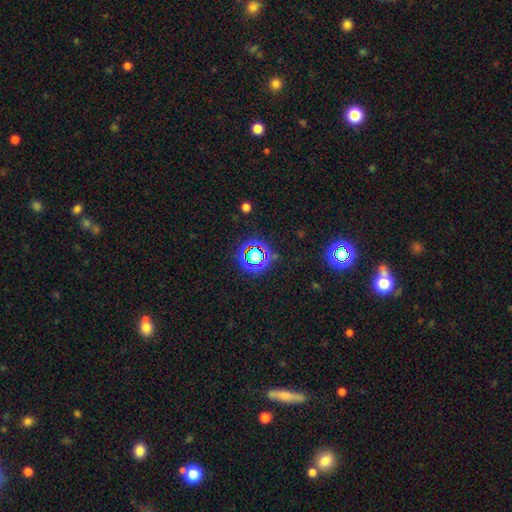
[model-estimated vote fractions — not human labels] Smooth or featured? Predicted: star or artifact (p=0.63).